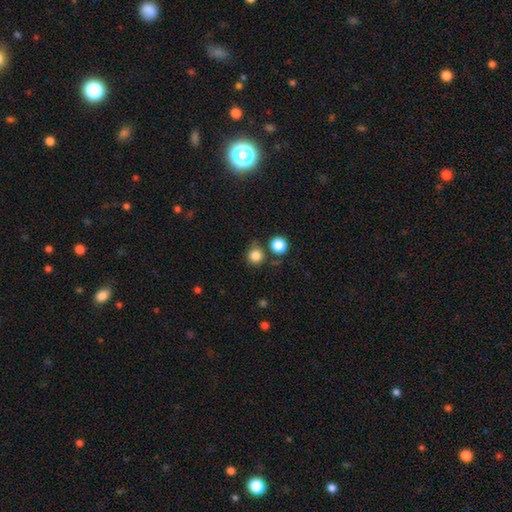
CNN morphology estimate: smooth 83%, star or artifact 11%, featured or disk 5%. Down the decision tree: how rounded — round (89%); merging — none (72%).